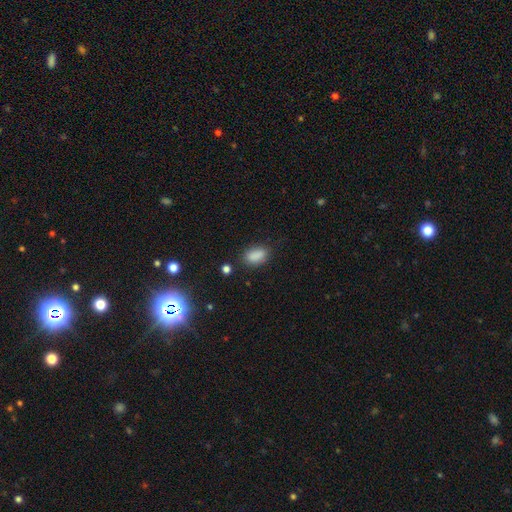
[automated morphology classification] A smooth galaxy with no disk features (86%) that is in between round and cigar-shaped (88%).

Vote fractions:
- Smooth or featured? smooth: 86% / star or artifact: 9% / featured or disk: 5%
- How rounded? in between: 88% / round: 7% / cigar-shaped: 5%
- Merging? none: 75% / minor disturbance: 17% / major disturbance: 4% / merger: 3%